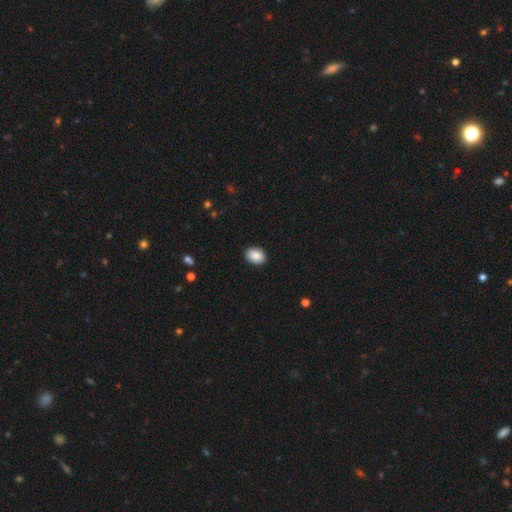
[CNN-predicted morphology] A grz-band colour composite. It shows a smooth galaxy with no disk features (89%) that is in between round and cigar-shaped (72%). Merging: none (91%).